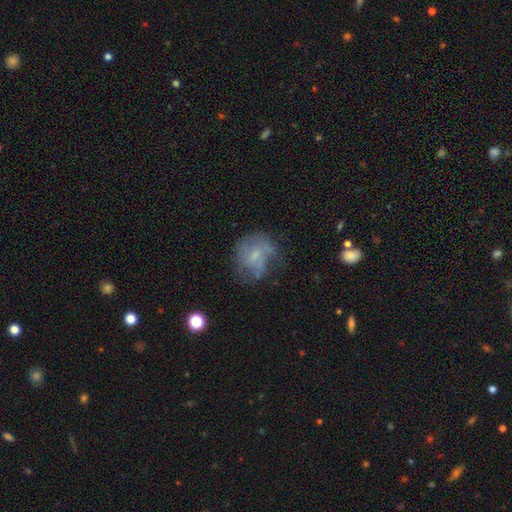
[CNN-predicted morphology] A featured or disk galaxy (45%). Merging: none (43%).